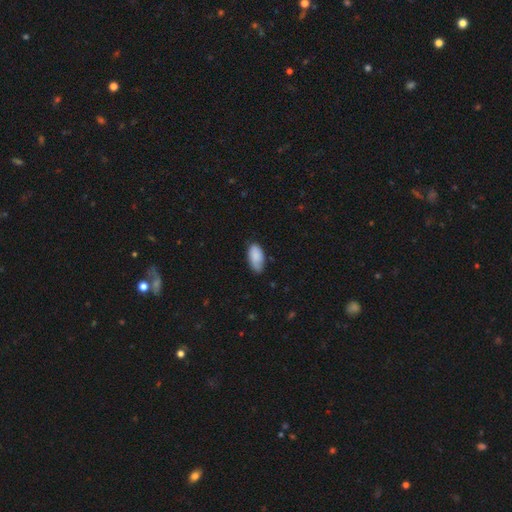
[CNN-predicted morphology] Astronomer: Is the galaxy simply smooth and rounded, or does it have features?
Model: smooth — 86%.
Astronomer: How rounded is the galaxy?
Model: in between — 94%.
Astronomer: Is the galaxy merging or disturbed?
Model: none — 64%.